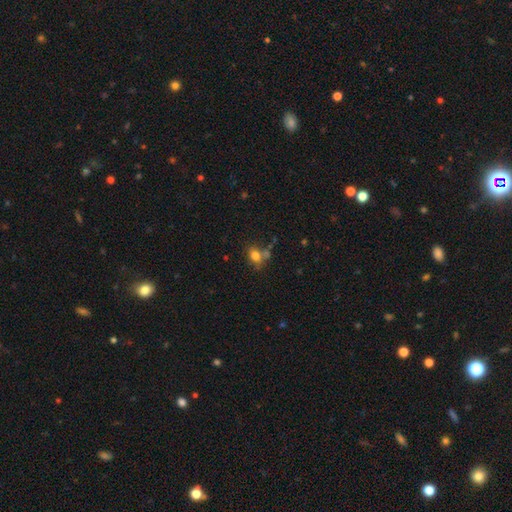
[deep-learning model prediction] This is likely a smooth galaxy (76%). How rounded: possibly in between (53%). Merging: possibly none (52%).